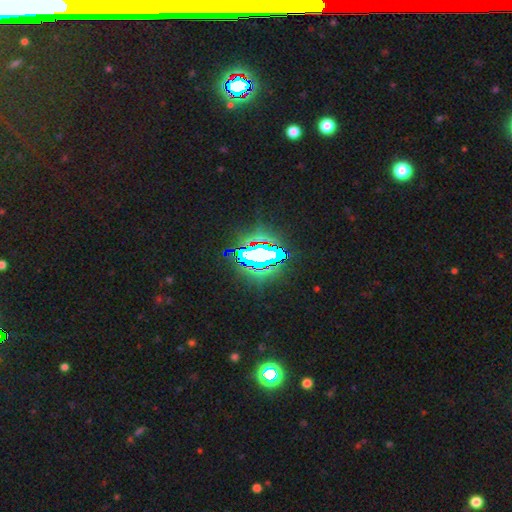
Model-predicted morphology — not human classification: The model was most divided on "smooth or featured": star or artifact: 82%, smooth: 11%, featured or disk: 7%.